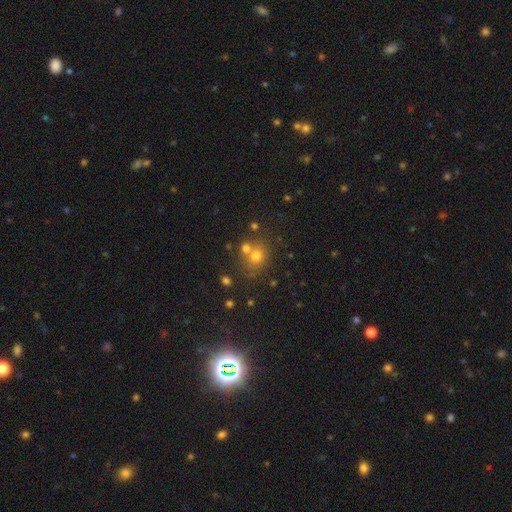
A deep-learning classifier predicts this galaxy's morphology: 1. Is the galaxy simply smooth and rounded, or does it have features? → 69% smooth, 18% star or artifact, 12% featured or disk.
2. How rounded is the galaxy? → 76% round, 23% in between, 1% cigar-shaped.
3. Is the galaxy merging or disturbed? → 59% none, 27% merger, 10% minor disturbance, 4% major disturbance.